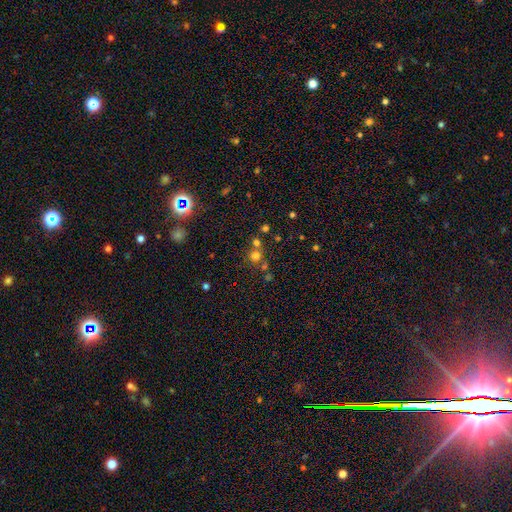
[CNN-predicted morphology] Q: Smooth or featured?
A: smooth (66%); runner-up: star or artifact (25%)
Q: How rounded?
A: round (89%); runner-up: in between (10%)
Q: Merging?
A: none (64%); runner-up: merger (24%)